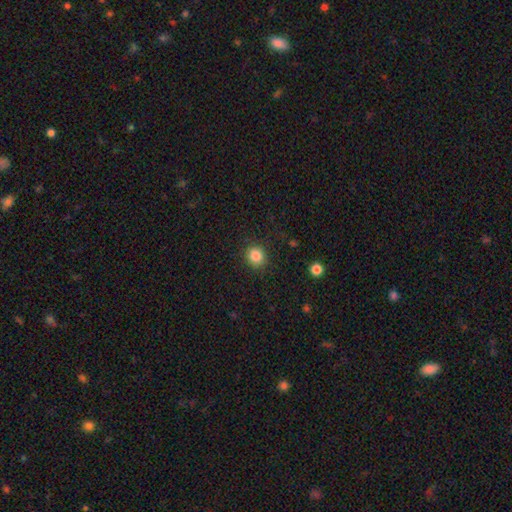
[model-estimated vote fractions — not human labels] smooth_or_featured: smooth (p=0.85) [alt: star or artifact p=0.11]
how_rounded: round (p=0.85) [alt: in between p=0.14]
merging: none (p=0.88) [alt: minor disturbance p=0.08]